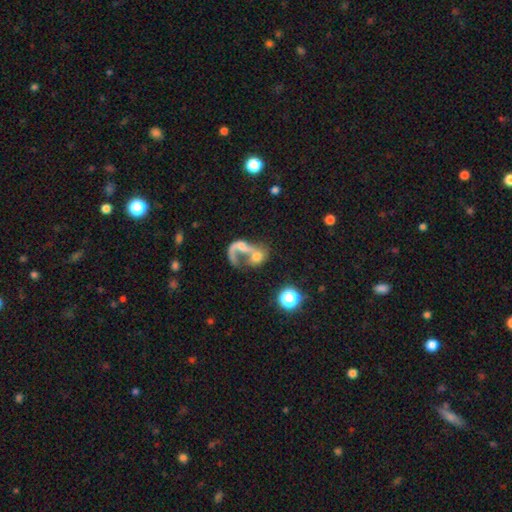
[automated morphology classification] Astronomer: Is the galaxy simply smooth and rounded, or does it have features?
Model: featured or disk — 50% (runner-up: smooth, 35%).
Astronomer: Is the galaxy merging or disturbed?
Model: merger — 62%.